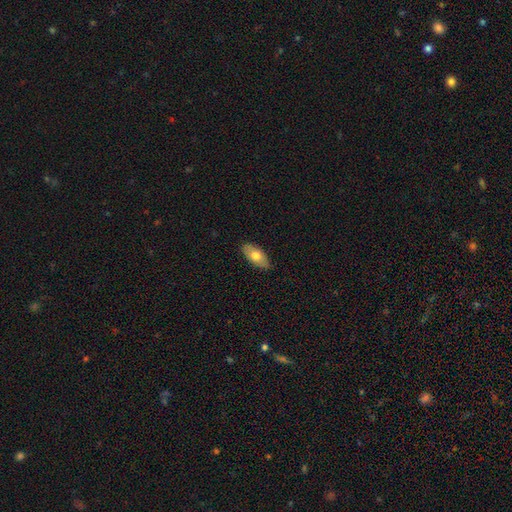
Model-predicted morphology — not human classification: smooth_or_featured: smooth (p=0.73) [alt: featured or disk p=0.21]
how_rounded: in between (p=0.91) [alt: cigar-shaped p=0.06]
merging: none (p=0.85) [alt: minor disturbance p=0.12]